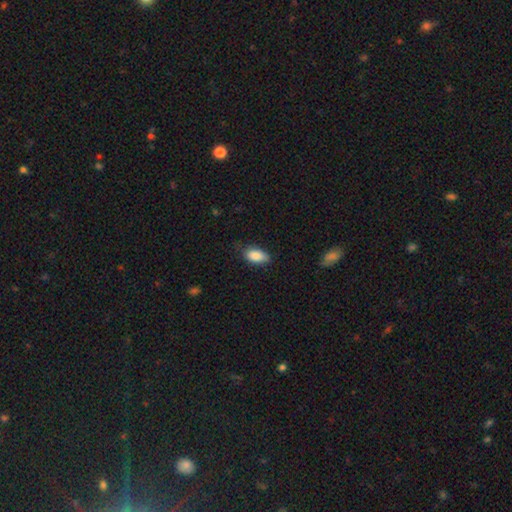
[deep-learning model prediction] smooth 87%, star or artifact 7%, featured or disk 6%. Down the decision tree: how rounded — in between (91%); merging — none (72%).